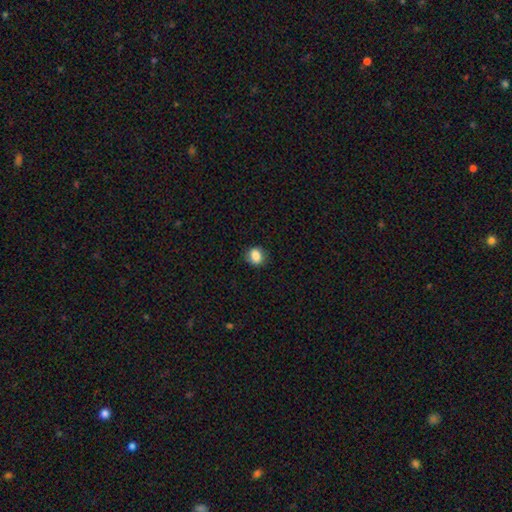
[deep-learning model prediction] smooth-or-featured: smooth: 85% | star or artifact: 9% | featured or disk: 6%
  how-rounded: round: 56% | in between: 43% | cigar-shaped: 1%
  merging: none: 83% | minor disturbance: 13% | major disturbance: 3% | merger: 1%